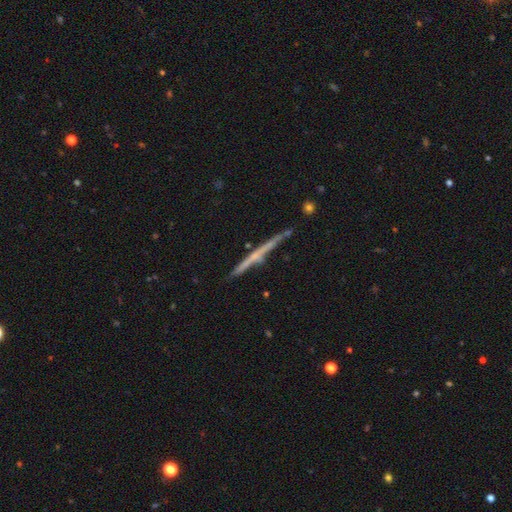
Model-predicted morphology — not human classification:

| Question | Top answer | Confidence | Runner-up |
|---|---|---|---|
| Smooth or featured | featured or disk | 64% | smooth (30%) |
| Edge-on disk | yes | 97% | no (3%) |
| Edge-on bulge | none | 75% | rounded (19%) |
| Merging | none | 82% | minor disturbance (12%) |